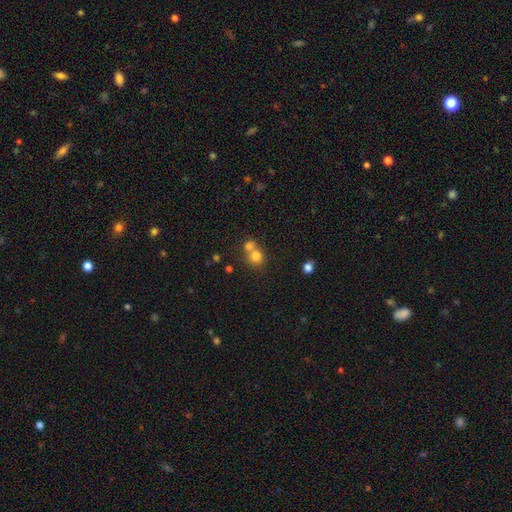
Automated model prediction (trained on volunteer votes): Smooth or featured? Predicted: smooth (p=0.77). How rounded? Predicted: round (p=0.83). Merging? Predicted: merger (p=0.52).